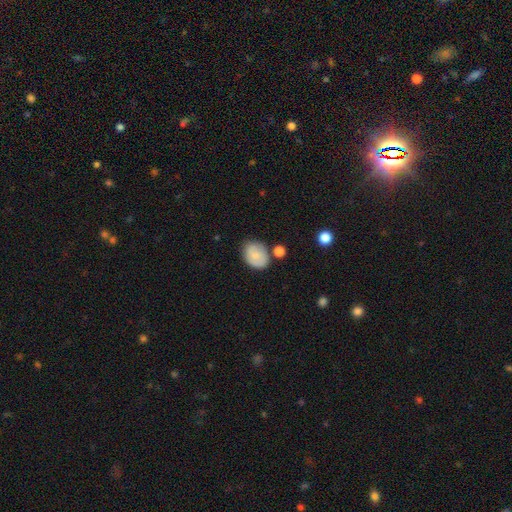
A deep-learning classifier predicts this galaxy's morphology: A smooth galaxy with no disk features (72%) that is in between round and cigar-shaped (61%). Merging: none (69%).